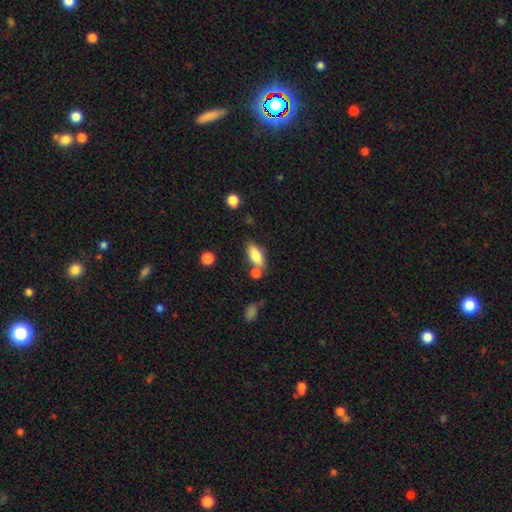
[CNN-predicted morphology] The model was most divided on "merging": none: 65%, merger: 17%, minor disturbance: 15%, major disturbance: 4%. More confident: how rounded — in between (79%); smooth or featured — smooth (77%).